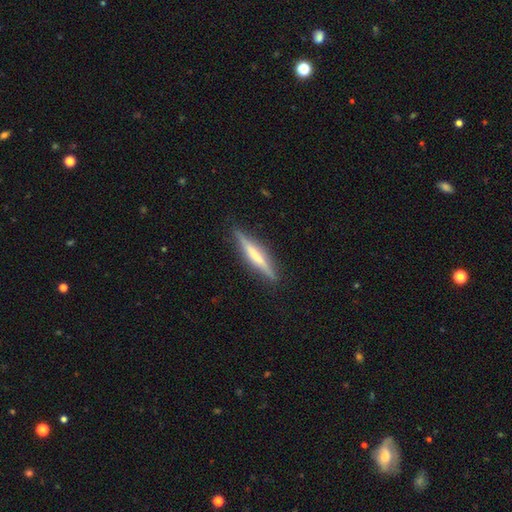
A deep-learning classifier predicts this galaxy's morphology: Q: Smooth or featured?
A: featured or disk (58%); runner-up: smooth (36%)
Q: Edge-on disk?
A: yes (96%); runner-up: no (4%)
Q: Edge-on bulge?
A: none (54%); runner-up: rounded (27%)
Q: Merging?
A: none (88%); runner-up: minor disturbance (9%)